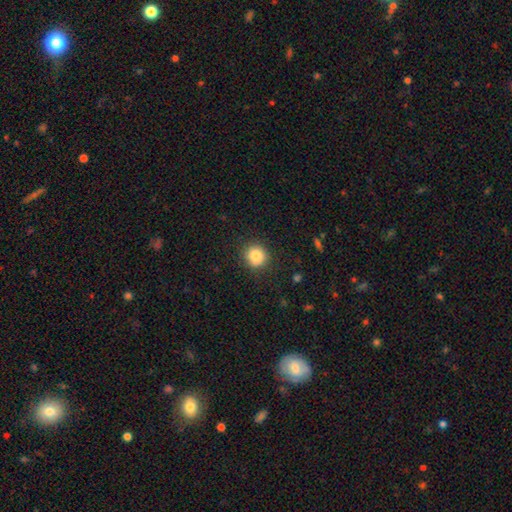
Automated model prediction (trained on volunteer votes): smooth 83%, star or artifact 10%, featured or disk 7%. Down the decision tree: how rounded — round (90%); merging — none (86%).